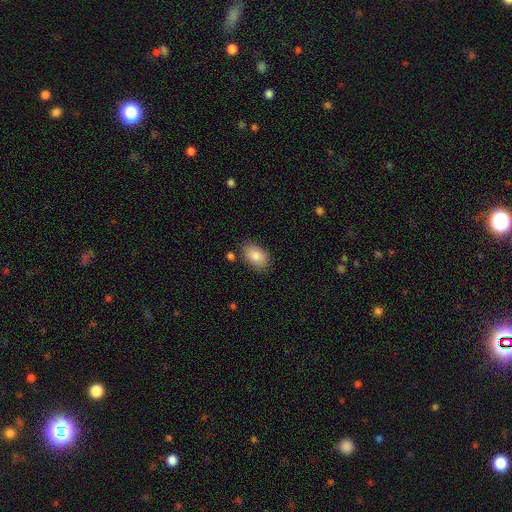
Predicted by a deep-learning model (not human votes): Overall: smooth (83%). How rounded: in between (88%). Merging: none (79%).